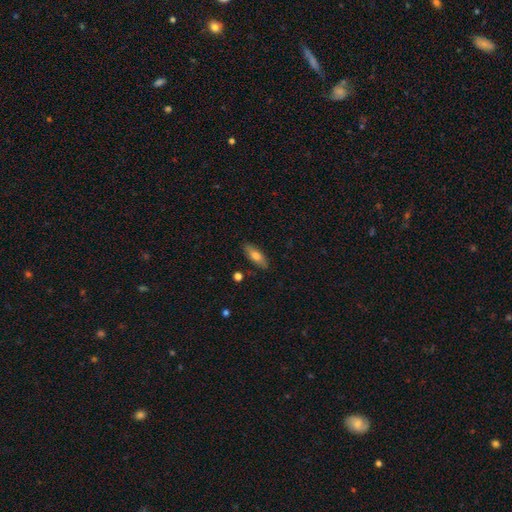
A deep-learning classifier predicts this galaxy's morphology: The model was most divided on "how rounded": in between: 61%, cigar-shaped: 36%, round: 3%. More confident: merging — none (85%); smooth or featured — smooth (70%).